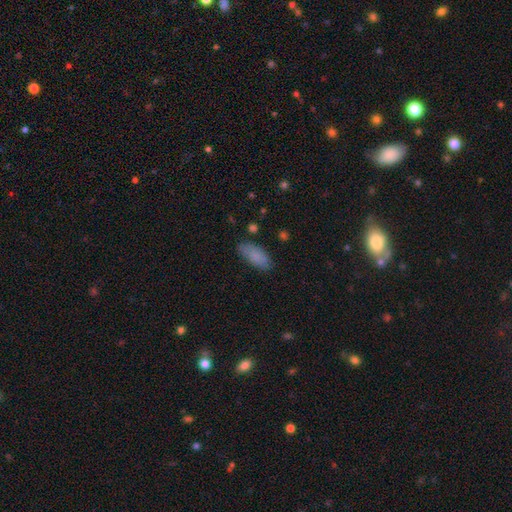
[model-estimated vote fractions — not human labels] smooth_or_featured: smooth (p=0.84) [alt: featured or disk p=0.09]
how_rounded: in between (p=0.84) [alt: cigar-shaped p=0.14]
merging: none (p=0.79) [alt: minor disturbance p=0.16]